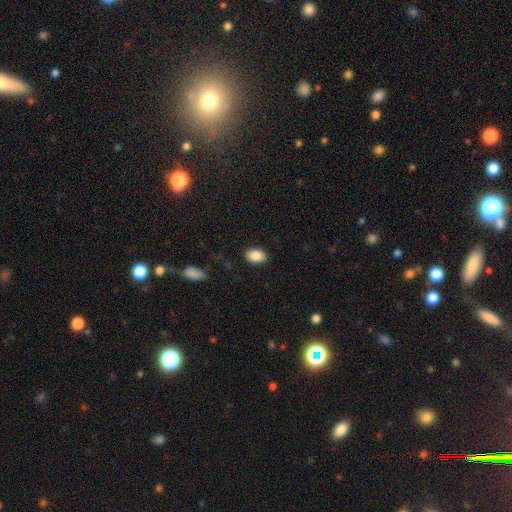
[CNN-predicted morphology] Smooth or featured: smooth — 88% (star or artifact — 8%)
How rounded: in between — 80% (round — 19%)
Merging: none — 87% (minor disturbance — 9%)